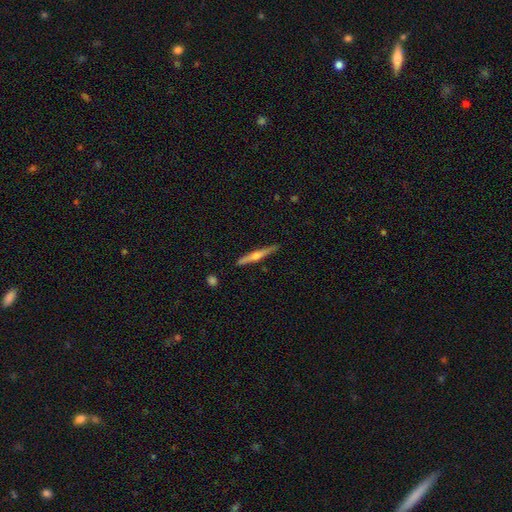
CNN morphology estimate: Smooth or featured? Predicted: featured or disk (p=0.67). Edge-on disk? Predicted: yes (p=0.98). Edge-on bulge? Predicted: rounded (p=0.83). Merging? Predicted: none (p=0.89).